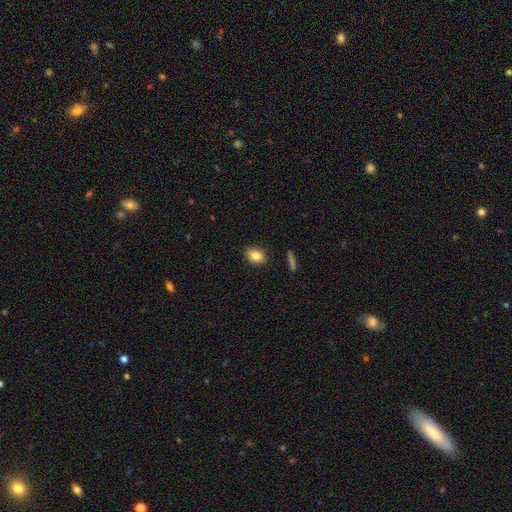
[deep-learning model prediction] A smooth galaxy with no disk features (83%) that is in between round and cigar-shaped (73%). Merging: none (86%).